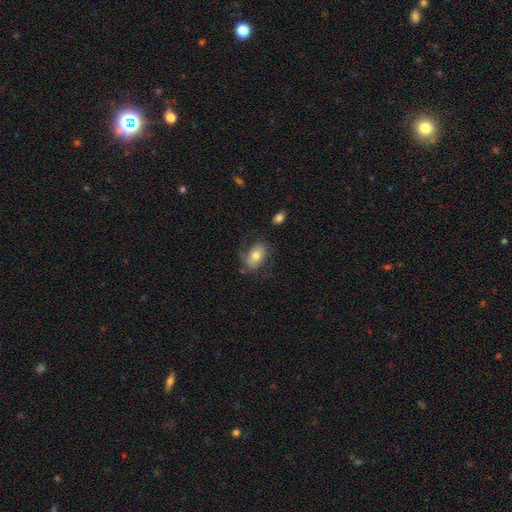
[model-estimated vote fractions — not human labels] smooth_or_featured: smooth (p=0.60) [alt: featured or disk p=0.32]
how_rounded: in between (p=0.82) [alt: round p=0.16]
merging: none (p=0.57) [alt: minor disturbance p=0.24]